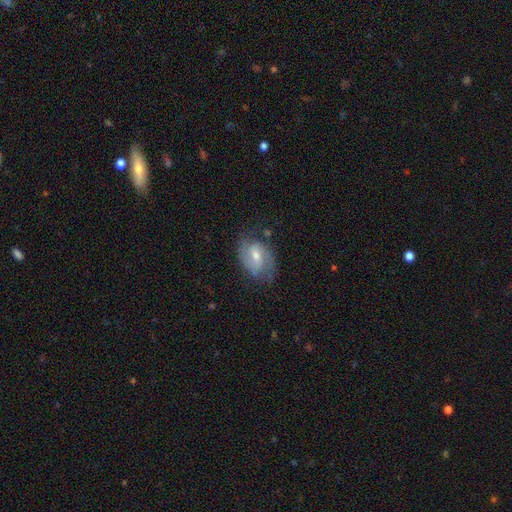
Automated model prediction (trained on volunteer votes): smooth-or-featured: featured or disk: 72% | smooth: 22% | star or artifact: 7%
  disk-edge-on: no: 96% | yes: 4%
    bar: weak: 56% | no: 25% | strong: 19%
    has-spiral-arms: yes: 89% | no: 11%
      spiral-winding: medium: 47% | tight: 33% | loose: 20%
      spiral-arm-count: 2: 77% | can't tell: 13% | 1: 4% | 3: 3% | 4: 1% | more than 4: 1%
    bulge-size: moderate: 55% | small: 37% | large: 4% | none: 3% | dominant: 1%
  merging: none: 64% | minor disturbance: 23% | major disturbance: 11% | merger: 2%